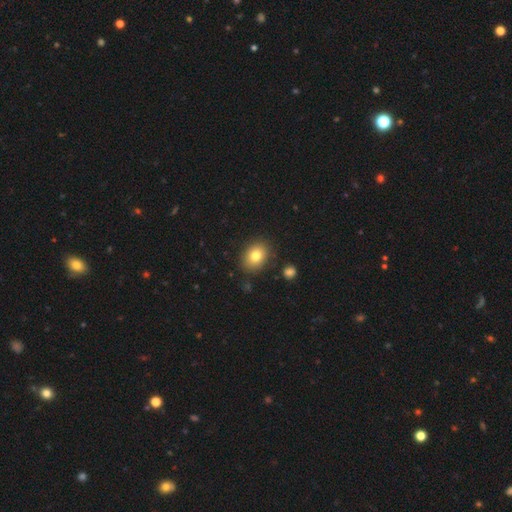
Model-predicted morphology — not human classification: smooth_or_featured: smooth (p=0.79) [alt: featured or disk p=0.11]
how_rounded: in between (p=0.55) [alt: round p=0.44]
merging: none (p=0.86) [alt: minor disturbance p=0.09]